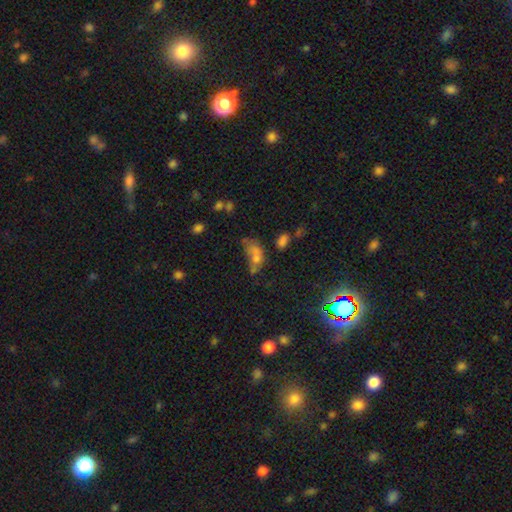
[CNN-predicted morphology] smooth 62%, featured or disk 22%, star or artifact 17%. Down the decision tree: how rounded — in between (81%); merging — merger (34%).